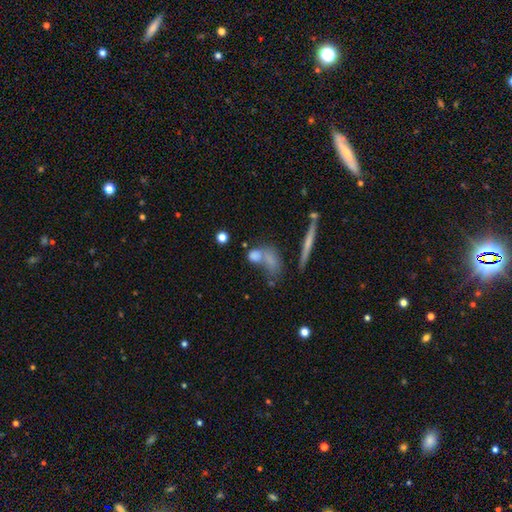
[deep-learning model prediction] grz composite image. It shows a smooth galaxy with no disk features (71%) that is in between round and cigar-shaped (49%). Merging: none (37%, tied with merger).